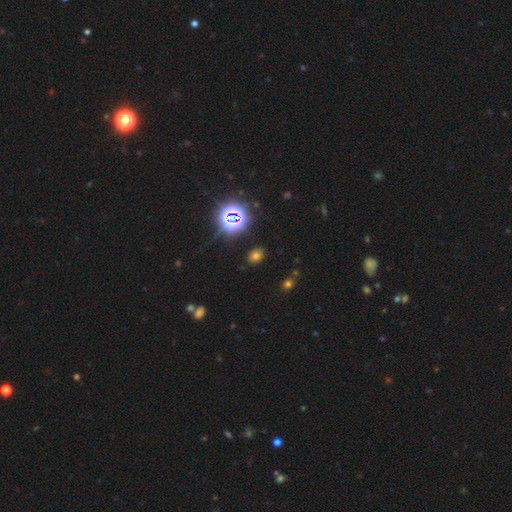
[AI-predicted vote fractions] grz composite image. It shows a smooth galaxy with no disk features (60%) that is in between round and cigar-shaped (61%). Merging: none (85%).